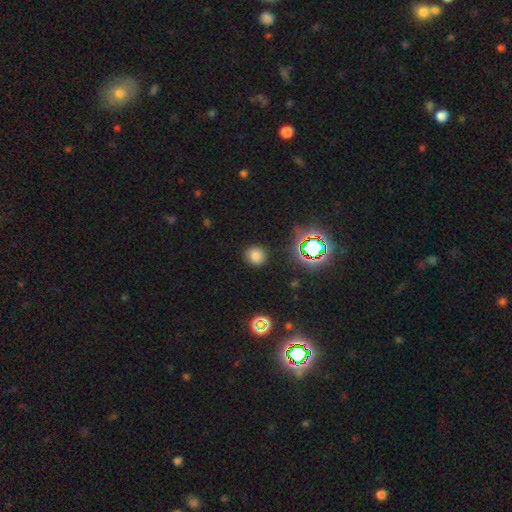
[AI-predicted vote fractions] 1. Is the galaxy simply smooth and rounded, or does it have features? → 75% smooth, 19% star or artifact, 5% featured or disk.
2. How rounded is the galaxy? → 88% round, 11% in between, 1% cigar-shaped.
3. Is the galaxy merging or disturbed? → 88% none, 8% minor disturbance, 3% major disturbance, 1% merger.